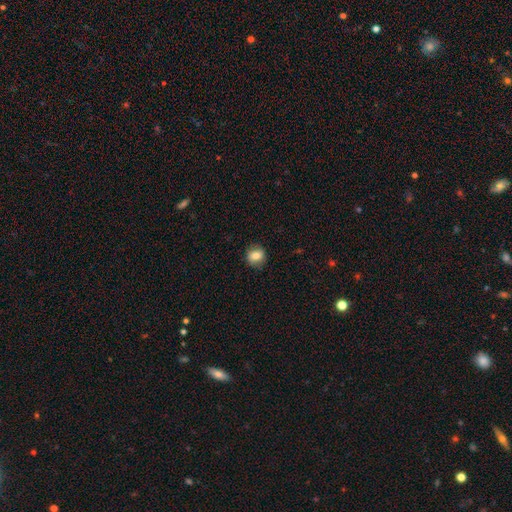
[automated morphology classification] smooth-or-featured: smooth: 79% | featured or disk: 11% | star or artifact: 9%
  how-rounded: round: 69% | in between: 30% | cigar-shaped: 1%
  merging: none: 86% | minor disturbance: 10% | major disturbance: 3% | merger: 1%